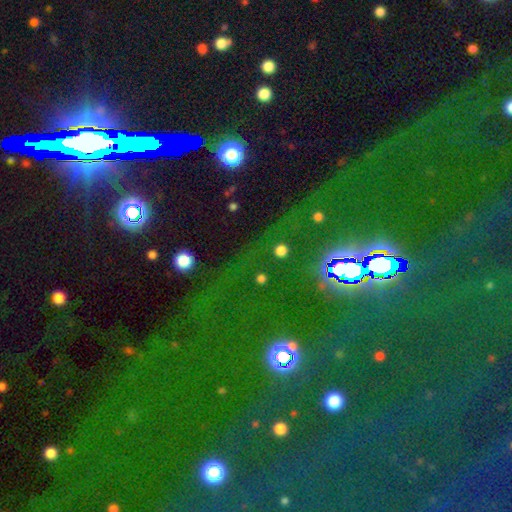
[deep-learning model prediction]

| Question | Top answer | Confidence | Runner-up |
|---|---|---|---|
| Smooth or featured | star or artifact | 79% | smooth (12%) |